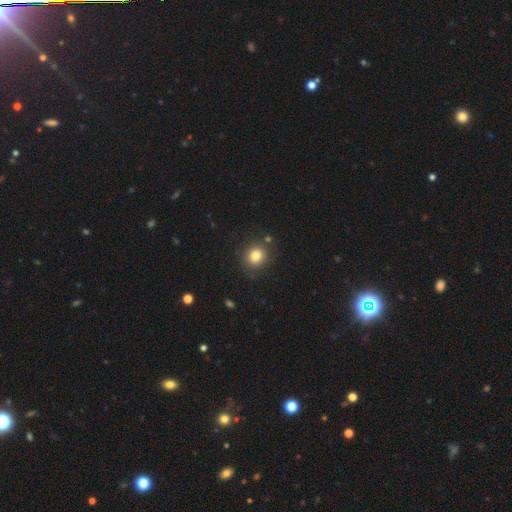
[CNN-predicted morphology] Smooth or featured?
  - smooth: 81% *
  - star or artifact: 12%
  - featured or disk: 7%
How rounded?
  - round: 76% *
  - in between: 23%
  - cigar-shaped: 1%
Merging?
  - none: 84% *
  - minor disturbance: 10%
  - merger: 4%
  - major disturbance: 3%